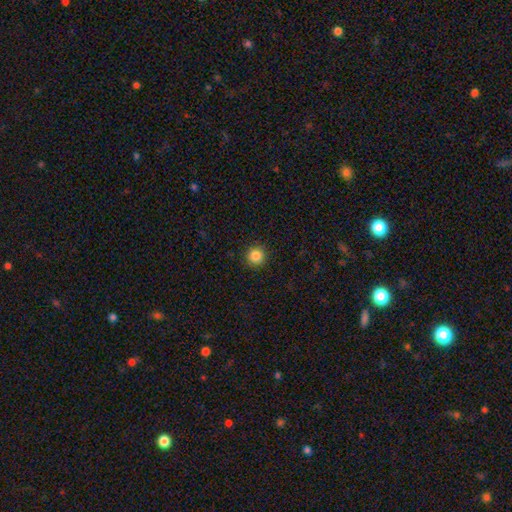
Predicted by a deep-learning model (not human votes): smooth 85%, star or artifact 11%, featured or disk 4%. Down the decision tree: how rounded — round (95%); merging — none (92%).